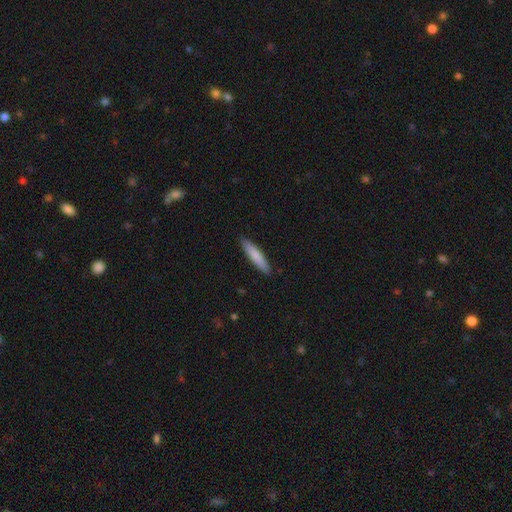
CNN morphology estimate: Smooth or featured? Predicted: smooth (p=0.81). How rounded? Predicted: cigar-shaped (p=0.85). Merging? Predicted: none (p=0.90).